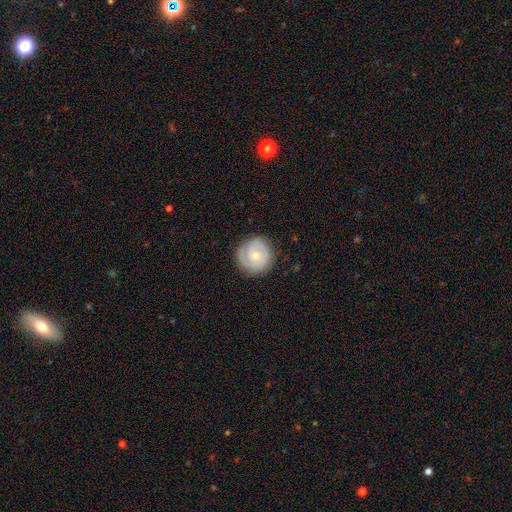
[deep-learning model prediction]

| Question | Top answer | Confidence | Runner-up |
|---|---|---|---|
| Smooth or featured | featured or disk | 62% | smooth (32%) |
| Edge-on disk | no | 98% | yes (2%) |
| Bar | no | 77% | weak (20%) |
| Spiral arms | yes | 86% | no (14%) |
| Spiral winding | tight | 69% | medium (24%) |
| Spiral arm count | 2 | 44% | can't tell (25%) |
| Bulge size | small | 57% | moderate (38%) |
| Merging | none | 83% | minor disturbance (12%) |